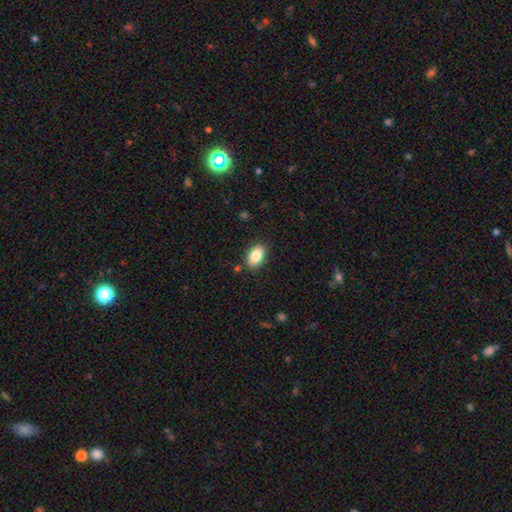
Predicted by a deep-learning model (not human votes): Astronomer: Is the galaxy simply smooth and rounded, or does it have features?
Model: smooth — 84%.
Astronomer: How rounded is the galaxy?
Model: in between — 90%.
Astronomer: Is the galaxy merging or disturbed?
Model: none — 84%.